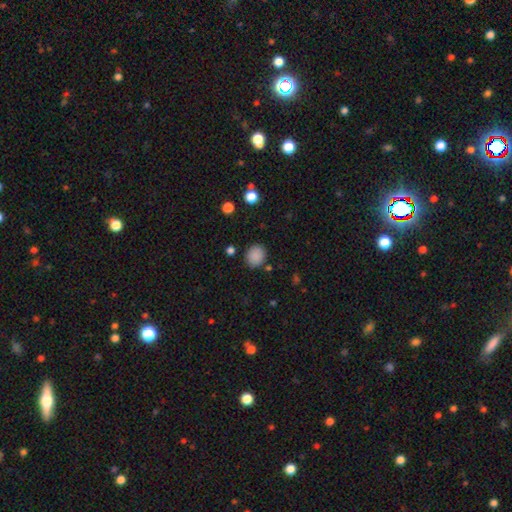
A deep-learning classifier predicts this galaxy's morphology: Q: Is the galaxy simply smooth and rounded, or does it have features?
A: smooth — 87%.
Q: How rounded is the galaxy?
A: round — 74%.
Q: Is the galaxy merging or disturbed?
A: none — 84%.